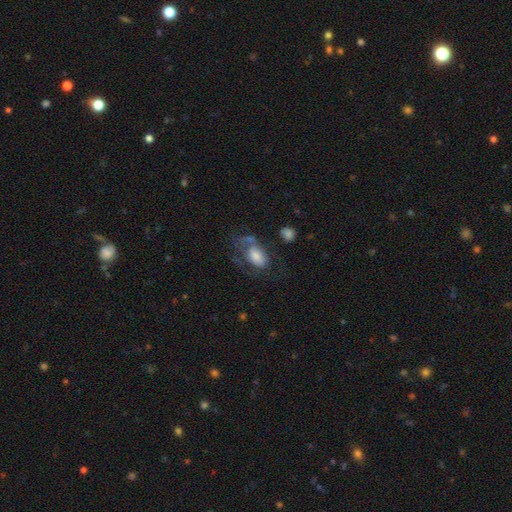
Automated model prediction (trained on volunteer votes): Smooth or featured: smooth — 55% (featured or disk — 35%)
How rounded: in between — 89% (round — 9%)
Merging: major disturbance — 37% (none — 32%)